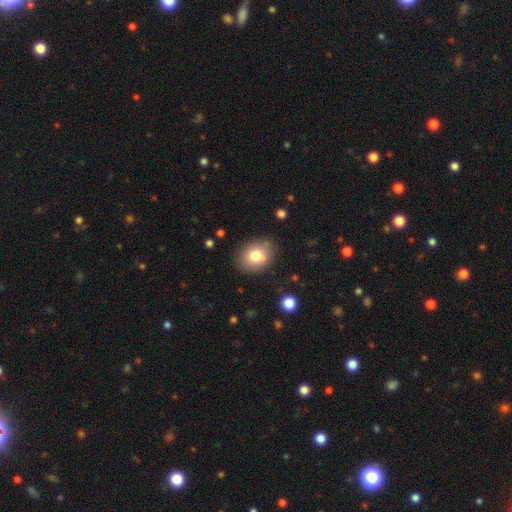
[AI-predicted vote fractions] Q: Smooth or featured?
A: smooth (79%); runner-up: featured or disk (12%)
Q: How rounded?
A: in between (50%); runner-up: round (49%)
Q: Merging?
A: none (80%); runner-up: minor disturbance (14%)